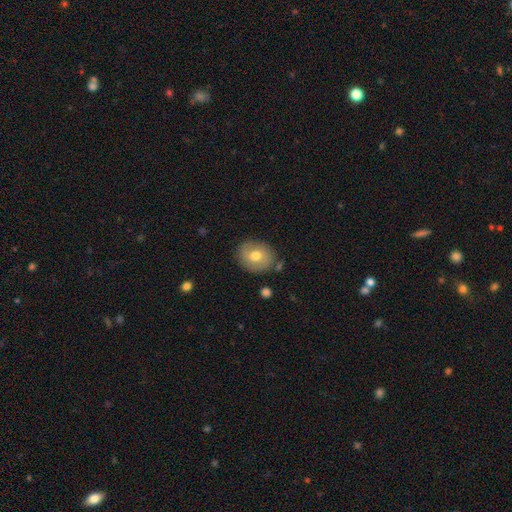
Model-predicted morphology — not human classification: Smooth or featured: smooth — 67% (featured or disk — 25%)
How rounded: round — 66% (in between — 33%)
Merging: none — 82% (minor disturbance — 12%)